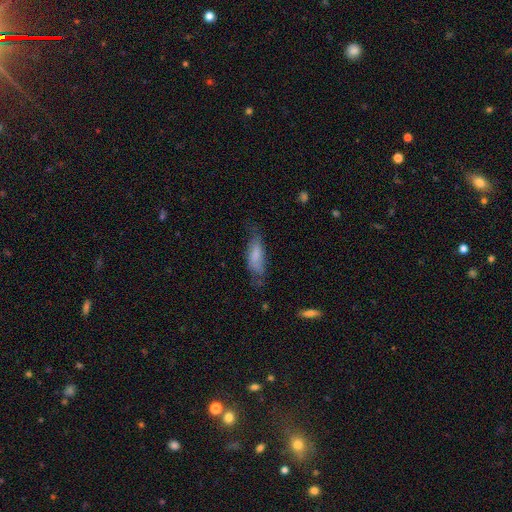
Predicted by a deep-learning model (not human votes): This appears to be a smooth galaxy with no disk features (70%) that is in between round and cigar-shaped (65%). Merging: none (45%).